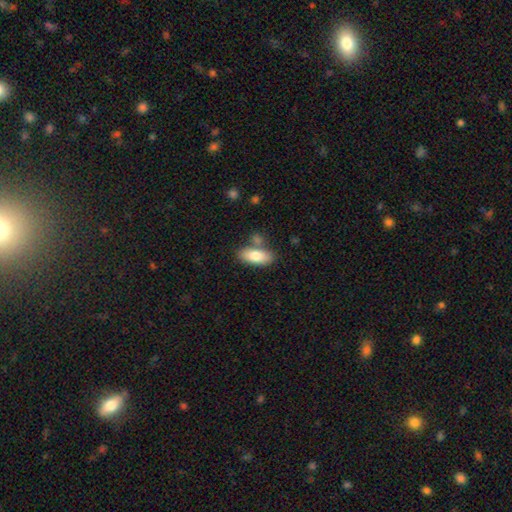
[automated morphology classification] smooth 80%, featured or disk 14%, star or artifact 6%. Down the decision tree: how rounded — in between (84%); merging — none (68%).